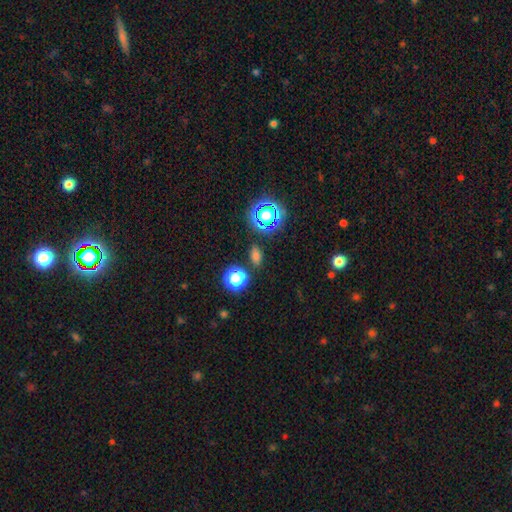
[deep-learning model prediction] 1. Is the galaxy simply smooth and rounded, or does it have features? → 68% smooth, 26% star or artifact, 7% featured or disk.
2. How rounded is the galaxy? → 73% in between, 22% round, 5% cigar-shaped.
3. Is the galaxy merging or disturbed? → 83% none, 10% minor disturbance, 4% merger, 3% major disturbance.